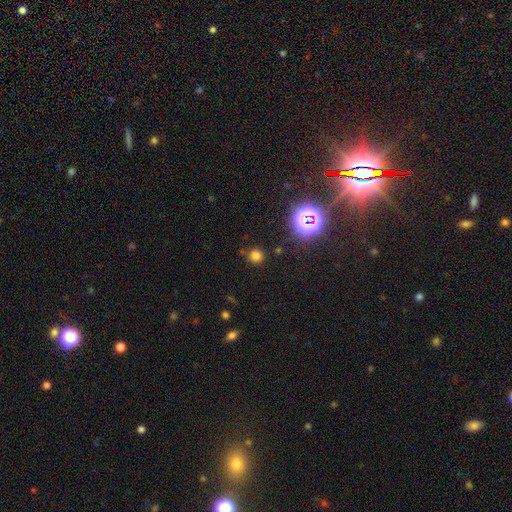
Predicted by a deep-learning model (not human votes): Smooth or featured? smooth (70%)
How rounded? round (93%)
Merging? none (86%)